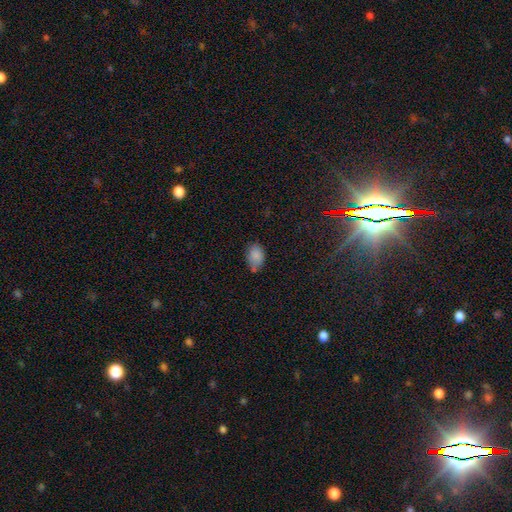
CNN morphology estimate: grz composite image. It shows a smooth galaxy with no disk features (85%) that is in between round and cigar-shaped (83%). Merging: none (55%).